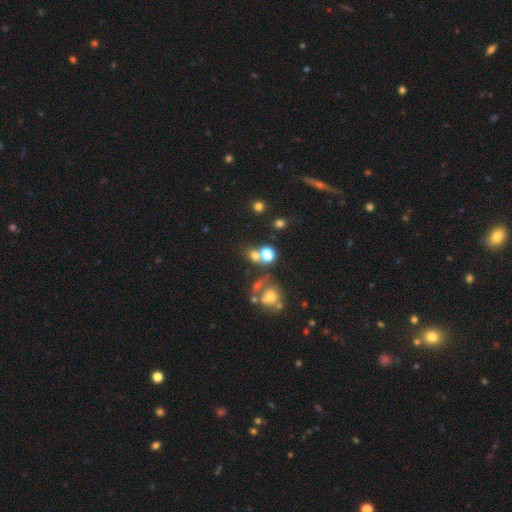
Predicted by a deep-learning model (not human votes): Smooth or featured: smooth — 65% (star or artifact — 23%)
How rounded: round — 73% (in between — 25%)
Merging: none — 55% (merger — 28%)